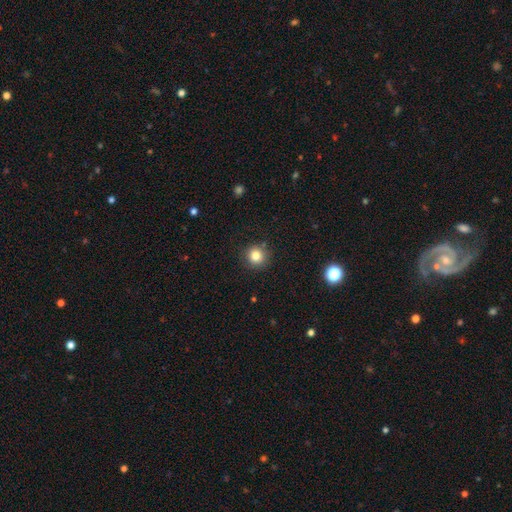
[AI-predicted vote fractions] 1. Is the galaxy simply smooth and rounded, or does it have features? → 82% smooth, 11% star or artifact, 6% featured or disk.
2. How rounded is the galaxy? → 93% round, 6% in between, 1% cigar-shaped.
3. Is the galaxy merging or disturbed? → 87% none, 8% minor disturbance, 2% major disturbance, 2% merger.